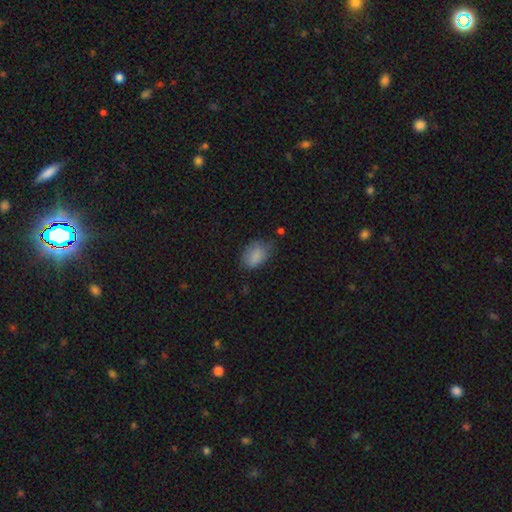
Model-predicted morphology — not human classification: Smooth or featured?
  - smooth: 85% *
  - star or artifact: 8%
  - featured or disk: 7%
How rounded?
  - in between: 87% *
  - round: 12%
  - cigar-shaped: 1%
Merging?
  - none: 59% *
  - minor disturbance: 30%
  - major disturbance: 8%
  - merger: 2%